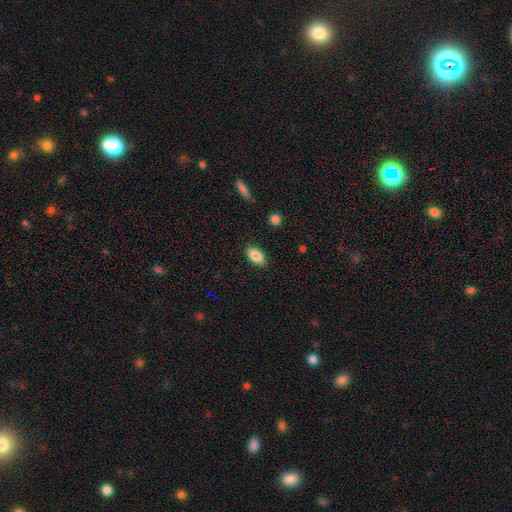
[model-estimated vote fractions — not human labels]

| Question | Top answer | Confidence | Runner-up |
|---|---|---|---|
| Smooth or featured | smooth | 85% | featured or disk (8%) |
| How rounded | in between | 90% | cigar-shaped (6%) |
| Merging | none | 87% | minor disturbance (10%) |